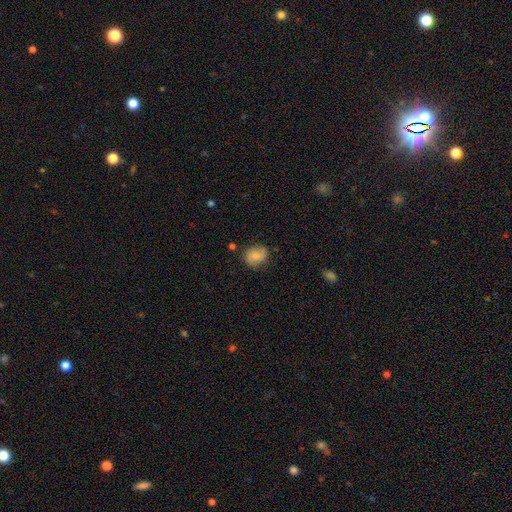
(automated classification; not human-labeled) smooth_or_featured: smooth (p=0.70) [alt: featured or disk p=0.22]
how_rounded: round (p=0.59) [alt: in between p=0.40]
merging: none (p=0.74) [alt: minor disturbance p=0.19]